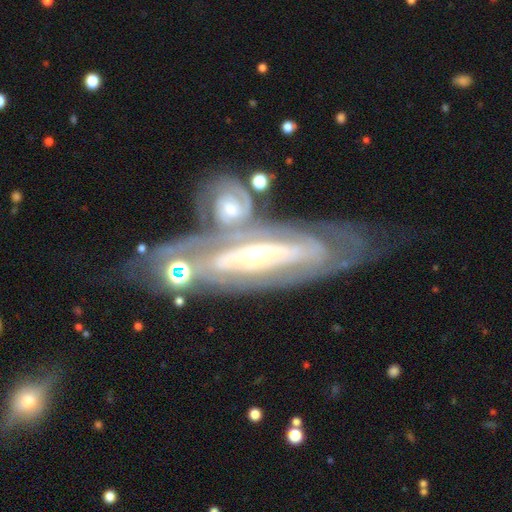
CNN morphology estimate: A featured or disk galaxy (83%) with no bar (56%), tight (70%) spiral arms (76%) and a small central bulge (62%). Merging: none (49%).